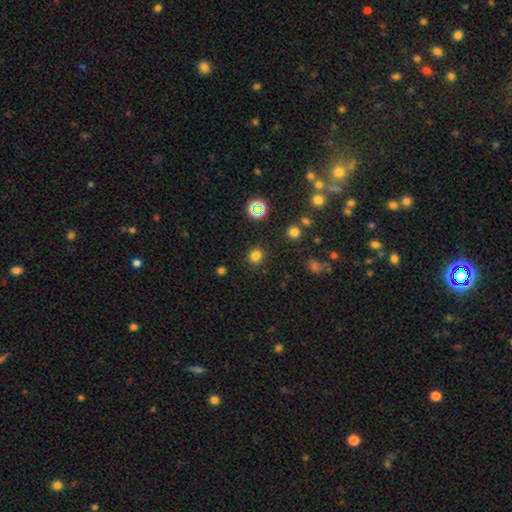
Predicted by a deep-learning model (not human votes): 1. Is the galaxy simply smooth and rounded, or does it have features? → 77% smooth, 18% star or artifact, 5% featured or disk.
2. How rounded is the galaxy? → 85% round, 14% in between, 1% cigar-shaped.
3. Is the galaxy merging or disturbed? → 88% none, 7% minor disturbance, 3% major disturbance, 2% merger.